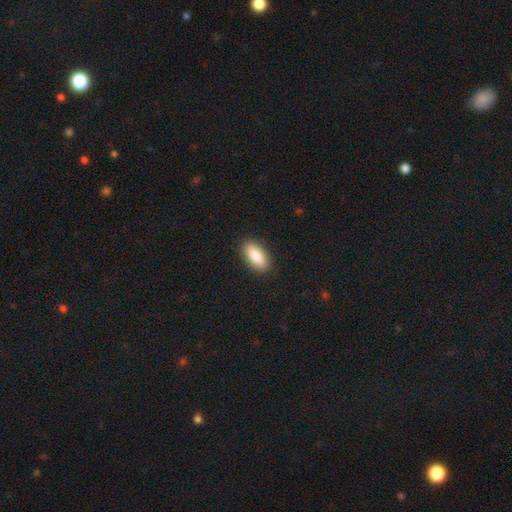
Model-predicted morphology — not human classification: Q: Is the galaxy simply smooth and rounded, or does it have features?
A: smooth — 87%.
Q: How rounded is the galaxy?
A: in between — 89%.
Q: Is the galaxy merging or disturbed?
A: none — 90%.